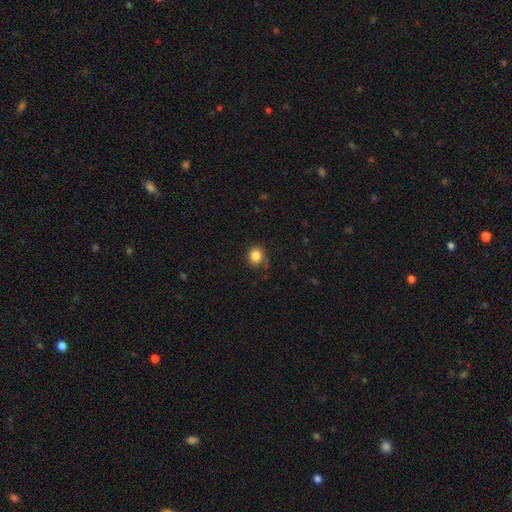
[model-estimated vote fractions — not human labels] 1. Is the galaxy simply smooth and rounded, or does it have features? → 85% smooth, 10% star or artifact, 5% featured or disk.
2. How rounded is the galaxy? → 79% round, 20% in between, 1% cigar-shaped.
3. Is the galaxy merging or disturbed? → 77% none, 17% minor disturbance, 4% major disturbance, 2% merger.